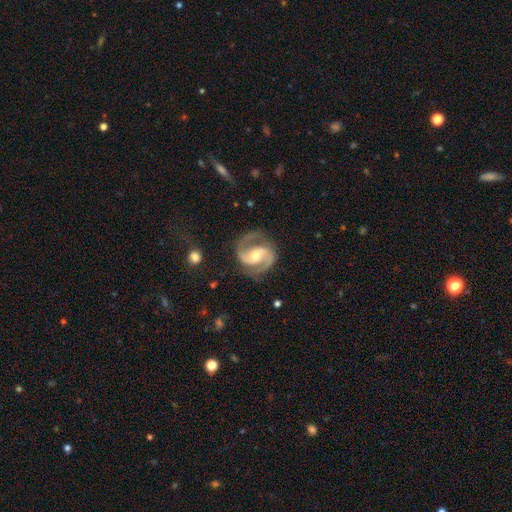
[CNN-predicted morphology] type=featured or disk (92%); edge-on=no (98%); bar=weak (42%); spiral arms=yes (98%); winding=medium (62%); arm count=2 (94%); bulge=moderate (60%); merging=none (79%).